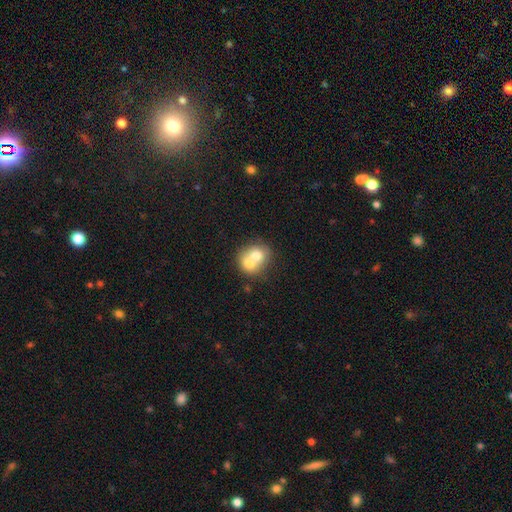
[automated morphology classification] Smooth or featured? Predicted: smooth (p=0.66). How rounded? Predicted: round (p=0.70). Merging? Predicted: merger (p=0.70).